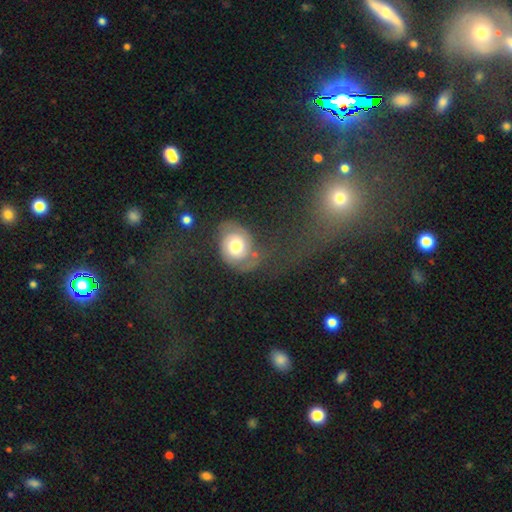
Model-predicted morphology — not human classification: The model was most divided on "smooth or featured": featured or disk: 51%, smooth: 41%, star or artifact: 9%. Remaining: edge-on disk — no (96%); merging — none (43%).